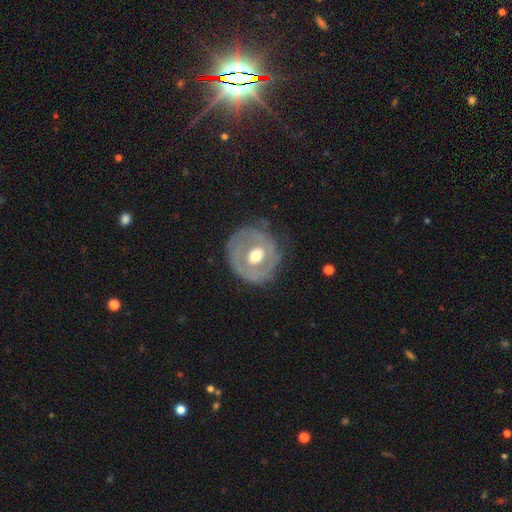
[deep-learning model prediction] The model was most divided on "spiral arms": no: 54%, yes: 46%. More confident: edge-on disk — no (96%); bulge size — moderate (74%); bar — no (71%); smooth or featured — featured or disk (66%); merging — none (64%).